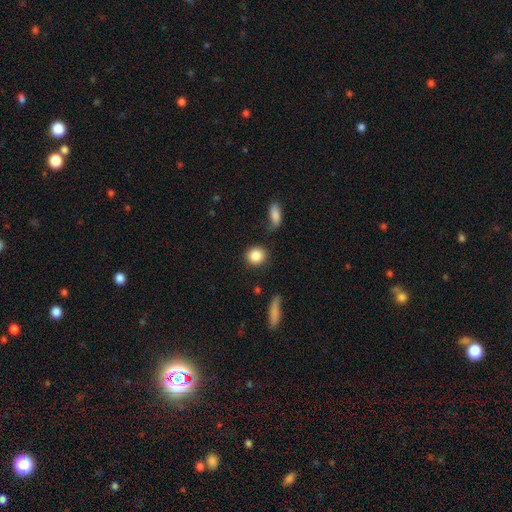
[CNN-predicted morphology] Smooth or featured?
  - smooth: 86% *
  - star or artifact: 8%
  - featured or disk: 6%
How rounded?
  - round: 80% *
  - in between: 18%
  - cigar-shaped: 2%
Merging?
  - none: 83% *
  - minor disturbance: 10%
  - merger: 4%
  - major disturbance: 3%